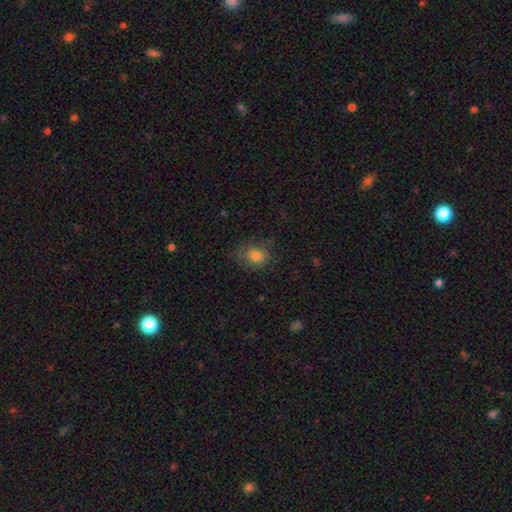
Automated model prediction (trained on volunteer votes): Q: Smooth or featured?
A: smooth (76%); runner-up: featured or disk (13%)
Q: How rounded?
A: round (61%); runner-up: in between (38%)
Q: Merging?
A: none (68%); runner-up: minor disturbance (21%)